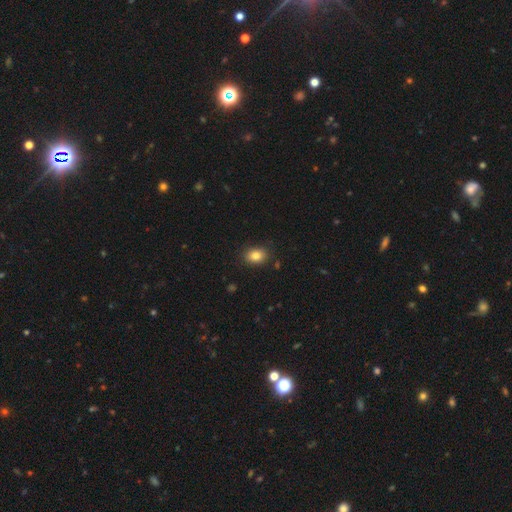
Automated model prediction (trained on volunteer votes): Morphology: type=smooth (84%); roundness=in between (64%); merging=none (88%).